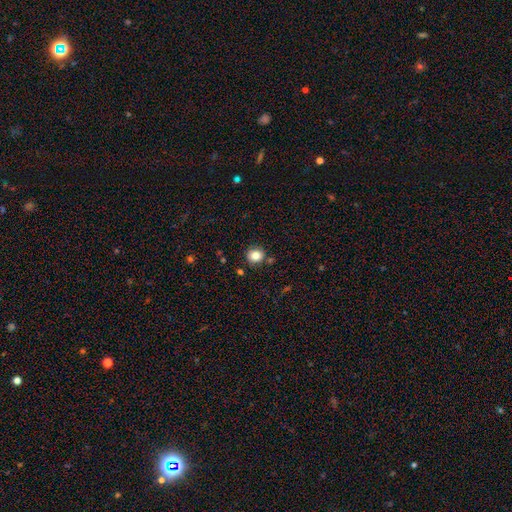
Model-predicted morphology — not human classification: Smooth or featured? smooth (83%)
How rounded? round (87%)
Merging? none (84%)